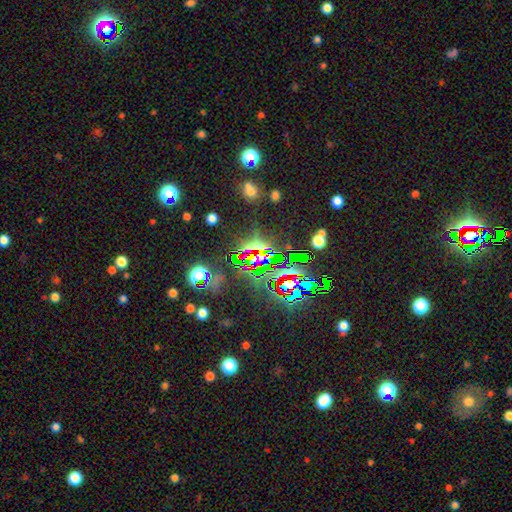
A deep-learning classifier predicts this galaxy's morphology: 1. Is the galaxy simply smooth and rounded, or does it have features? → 78% star or artifact, 12% smooth, 10% featured or disk.